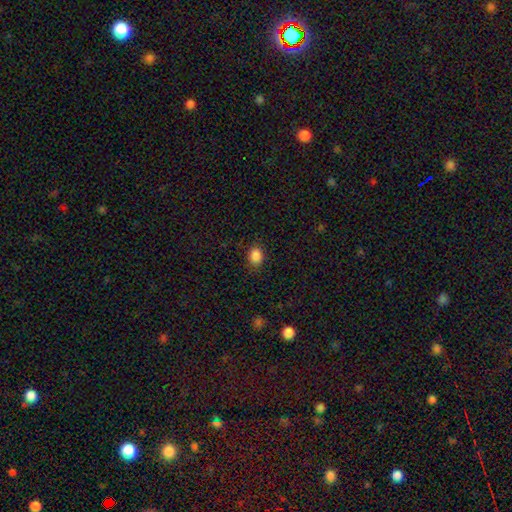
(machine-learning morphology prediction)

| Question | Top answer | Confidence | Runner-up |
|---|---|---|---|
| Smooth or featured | smooth | 87% | star or artifact (10%) |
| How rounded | in between | 53% | round (46%) |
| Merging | none | 86% | minor disturbance (10%) |